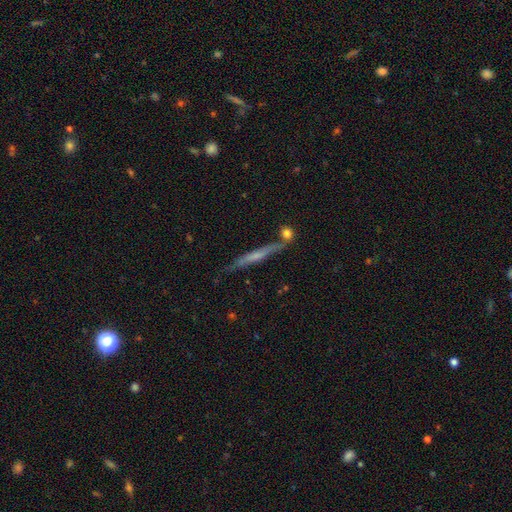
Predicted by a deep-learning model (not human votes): Smooth or featured: featured or disk — 56% (smooth — 36%)
Edge-on disk: yes — 93% (no — 7%)
Edge-on bulge: none — 59% (rounded — 28%)
Merging: none — 74% (minor disturbance — 14%)